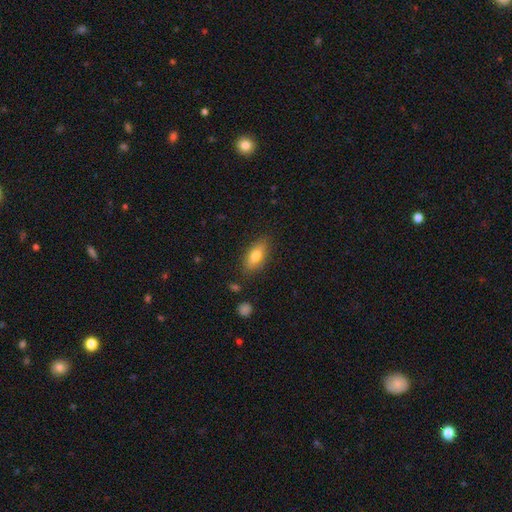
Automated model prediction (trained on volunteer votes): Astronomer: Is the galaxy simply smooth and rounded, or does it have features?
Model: smooth — 75%.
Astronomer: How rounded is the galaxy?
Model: in between — 82%.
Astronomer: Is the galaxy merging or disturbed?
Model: none — 82%.